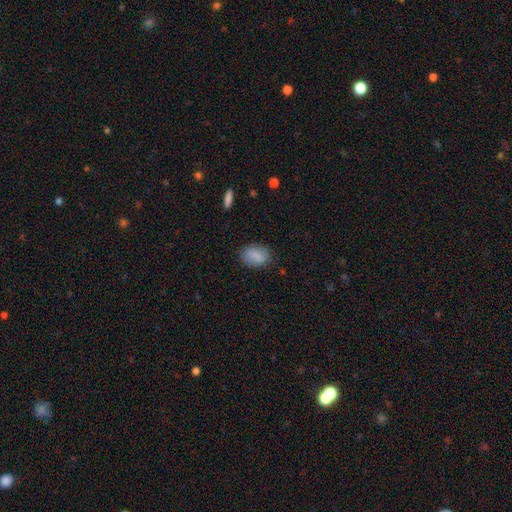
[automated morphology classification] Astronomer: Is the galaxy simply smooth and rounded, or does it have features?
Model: smooth — 84%.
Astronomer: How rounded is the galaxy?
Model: in between — 78%.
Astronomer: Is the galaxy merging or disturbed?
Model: none — 80%.